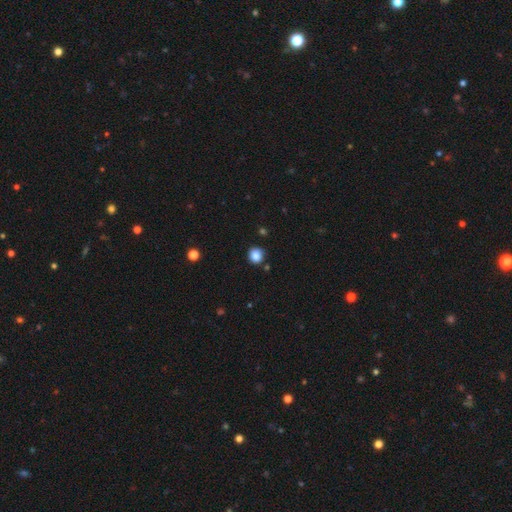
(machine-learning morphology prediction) This appears to be a smooth galaxy with no disk features (85%) that is round (89%). Merging: none (87%).